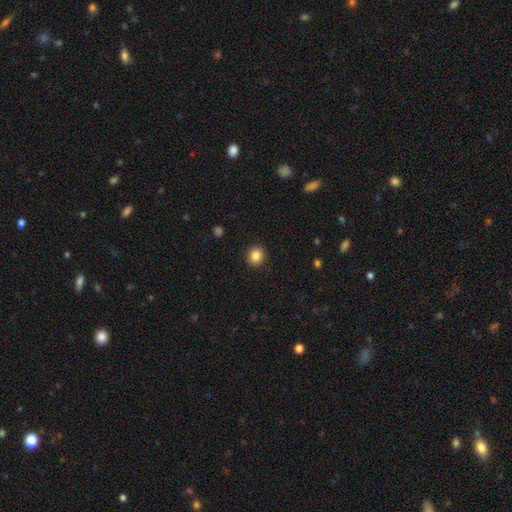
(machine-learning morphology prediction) The model was most divided on "how rounded": round: 85%, in between: 14%, cigar-shaped: 1%. More confident: merging — none (91%); smooth or featured — smooth (85%).